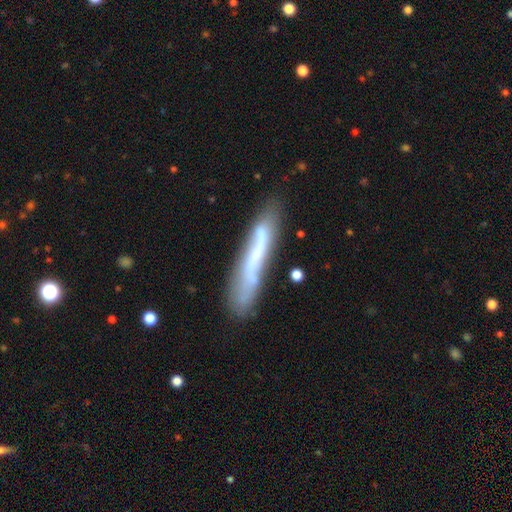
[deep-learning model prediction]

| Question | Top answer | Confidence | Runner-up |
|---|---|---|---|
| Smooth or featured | featured or disk | 52% | smooth (41%) |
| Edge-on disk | yes | 54% | no (46%) |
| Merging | none | 64% | minor disturbance (21%) |